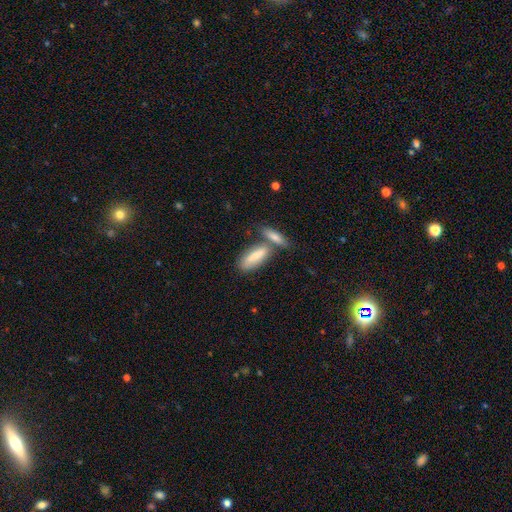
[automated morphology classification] Smooth or featured? smooth (72%)
How rounded? in between (58%)
Merging? none (43%)